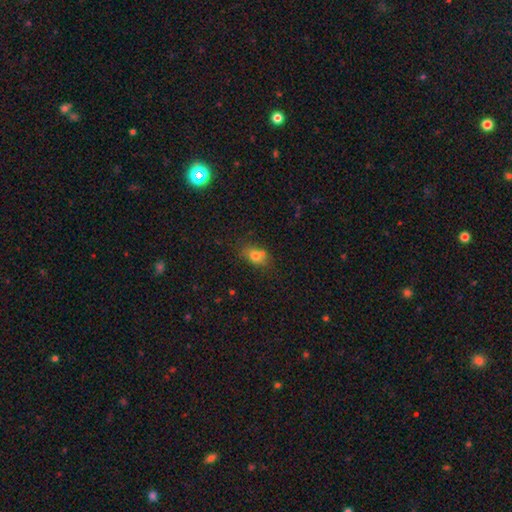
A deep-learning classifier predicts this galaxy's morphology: Smooth or featured? smooth (74%)
How rounded? in between (68%)
Merging? none (58%)